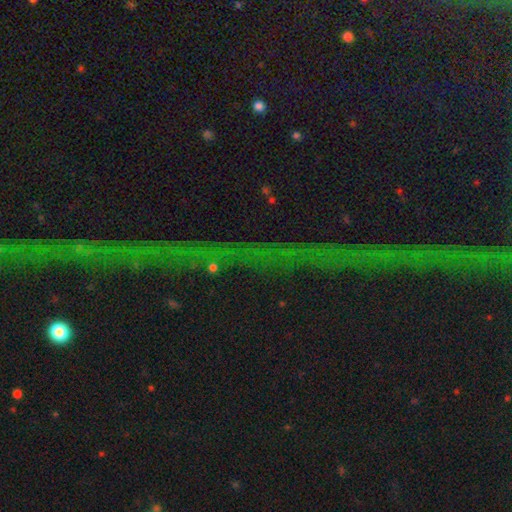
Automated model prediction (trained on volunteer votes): smooth_or_featured: star or artifact (p=0.77) [alt: featured or disk p=0.14]